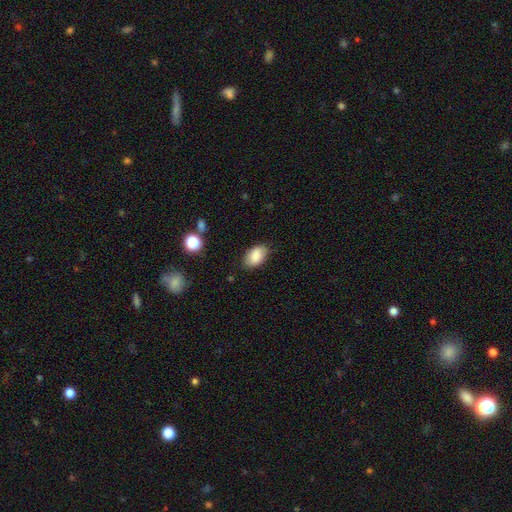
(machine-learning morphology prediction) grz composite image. It shows a smooth galaxy with no disk features (86%) that is in between round and cigar-shaped (91%). Merging: none (79%).